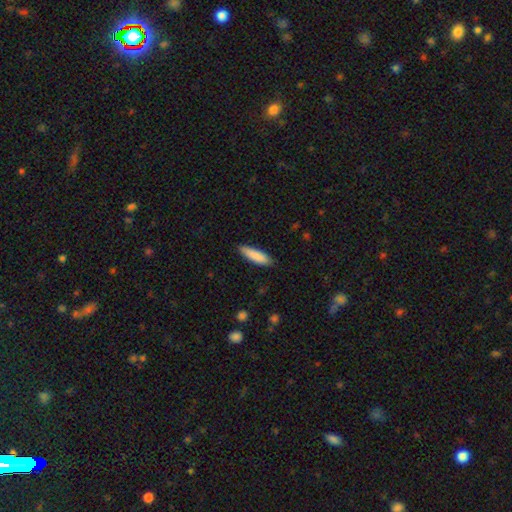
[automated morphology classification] Smooth or featured: smooth — 87% (featured or disk — 7%)
How rounded: cigar-shaped — 68% (in between — 31%)
Merging: none — 86% (minor disturbance — 11%)